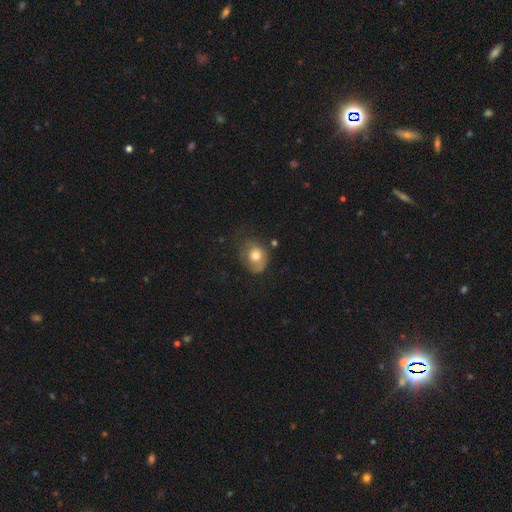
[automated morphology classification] smooth_or_featured: smooth (p=0.69) [alt: featured or disk p=0.23]
how_rounded: round (p=0.52) [alt: in between p=0.47]
merging: none (p=0.41) [alt: minor disturbance p=0.34]